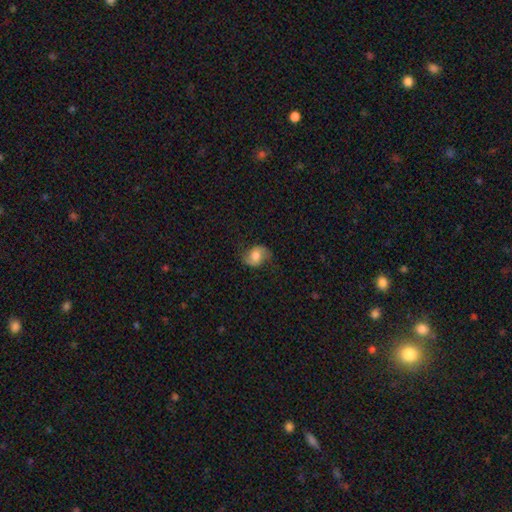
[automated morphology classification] A featured or disk galaxy (50%). Merging: none (72%).